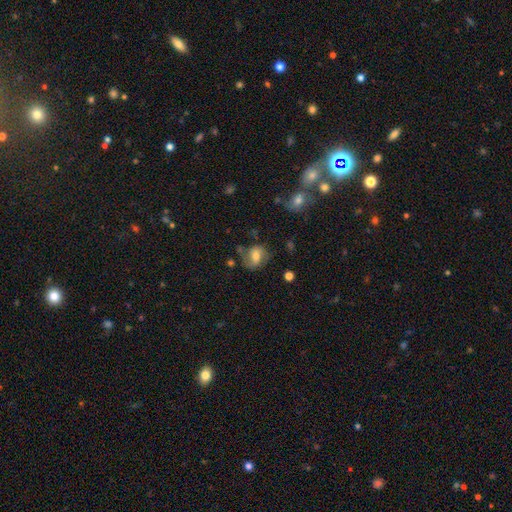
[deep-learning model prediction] This appears to be a smooth galaxy with no disk features (48%). Merging: none (57%).